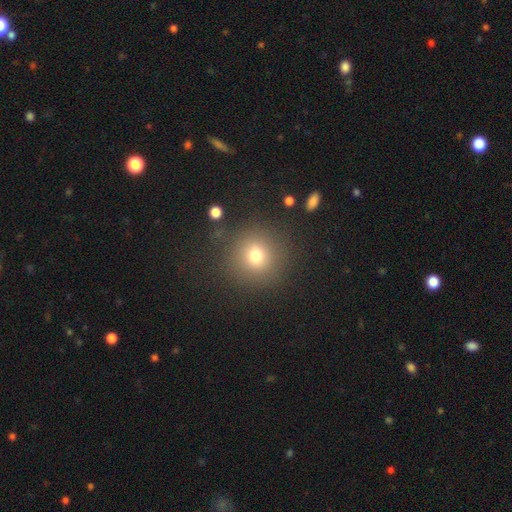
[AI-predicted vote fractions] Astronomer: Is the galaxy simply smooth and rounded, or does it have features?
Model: smooth — 74%.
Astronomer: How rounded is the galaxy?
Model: round — 93%.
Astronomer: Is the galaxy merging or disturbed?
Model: none — 86%.